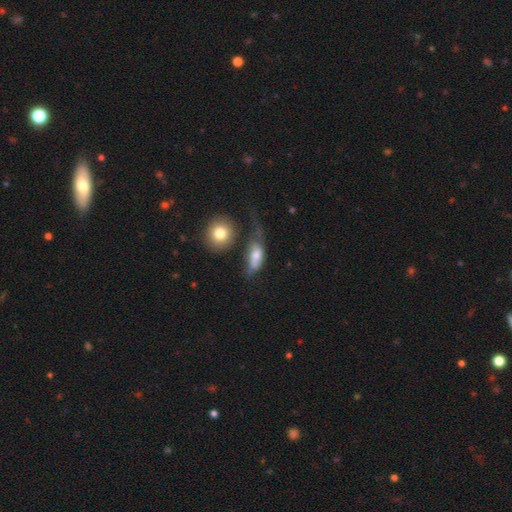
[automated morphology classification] Smooth or featured?
  - smooth: 57% *
  - featured or disk: 34%
  - star or artifact: 9%
How rounded?
  - in between: 78% *
  - round: 12%
  - cigar-shaped: 10%
Merging?
  - major disturbance: 44% *
  - none: 21%
  - minor disturbance: 20%
  - merger: 16%